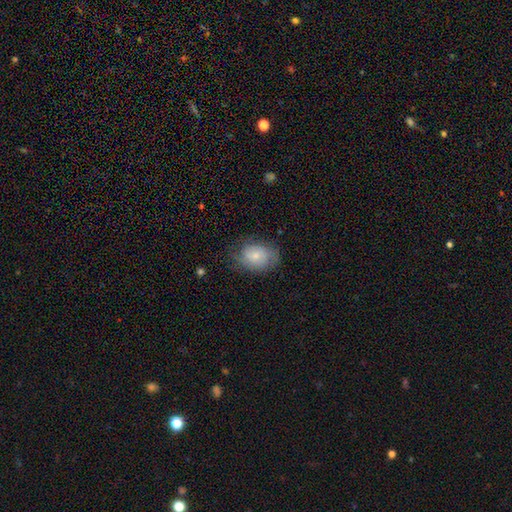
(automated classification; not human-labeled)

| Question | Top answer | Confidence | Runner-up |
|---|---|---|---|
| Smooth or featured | smooth | 65% | featured or disk (28%) |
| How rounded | in between | 68% | round (30%) |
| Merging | none | 63% | minor disturbance (26%) |